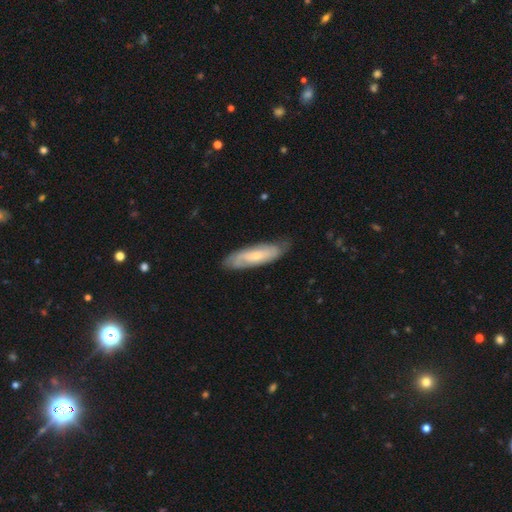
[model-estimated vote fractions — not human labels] This is possibly a featured or disk galaxy (58%). It is likely not viewed edge-on (79%). Merging: likely none (75%).